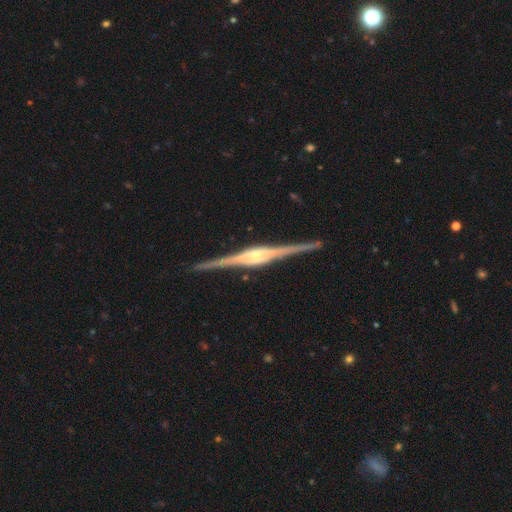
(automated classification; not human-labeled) Smooth or featured?
  - featured or disk: 91% *
  - star or artifact: 5%
  - smooth: 4%
Edge-on disk?
  - yes: 99% *
  - no: 1%
Edge-on bulge?
  - rounded: 53% *
  - boxy: 42%
  - none: 5%
Merging?
  - none: 91% *
  - minor disturbance: 6%
  - major disturbance: 1%
  - merger: 1%